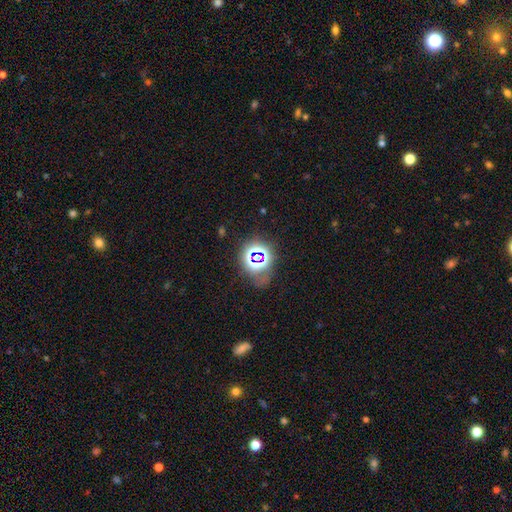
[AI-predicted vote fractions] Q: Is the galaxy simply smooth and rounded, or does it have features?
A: star or artifact — 63%.